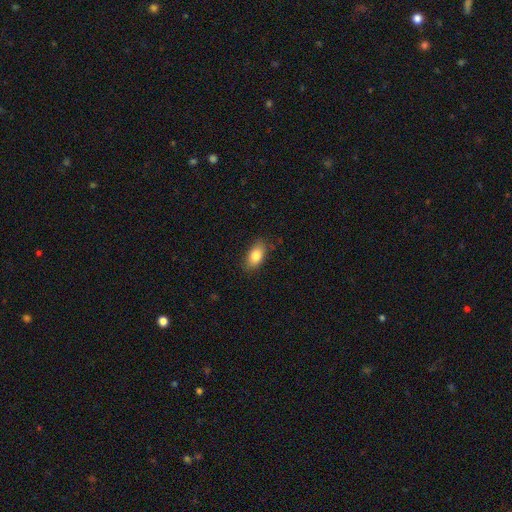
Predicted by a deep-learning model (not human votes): The model was most divided on "merging": none: 81%, minor disturbance: 15%, major disturbance: 3%, merger: 1%. More confident: how rounded — in between (89%); smooth or featured — smooth (83%).